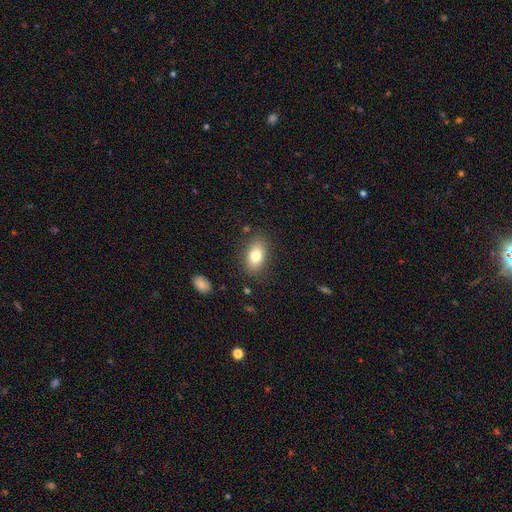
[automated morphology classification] smooth 79%, featured or disk 12%, star or artifact 9%. Down the decision tree: how rounded — in between (87%); merging — none (84%).